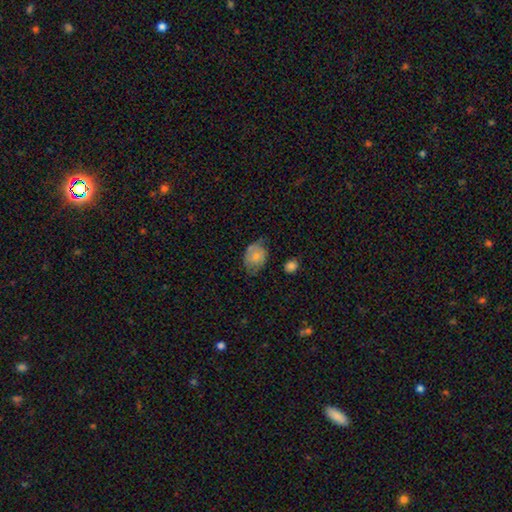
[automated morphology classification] A smooth galaxy with no disk features (72%) that is in between round and cigar-shaped (65%).

Vote fractions:
- Smooth or featured? smooth: 72% / featured or disk: 20% / star or artifact: 8%
- How rounded? in between: 65% / round: 34% / cigar-shaped: 1%
- Merging? none: 53% / minor disturbance: 35% / major disturbance: 10% / merger: 3%